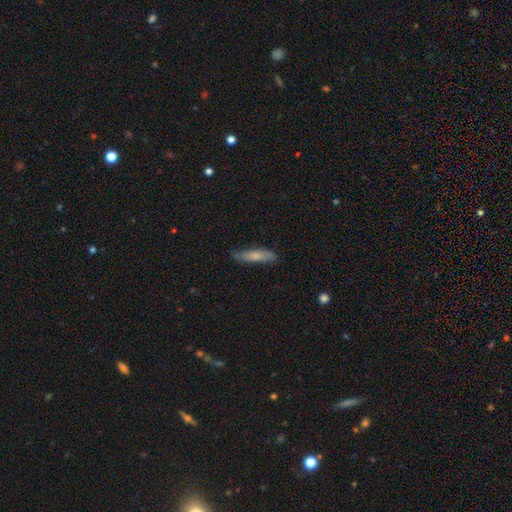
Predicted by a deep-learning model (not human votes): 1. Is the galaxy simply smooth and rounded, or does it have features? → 67% smooth, 27% featured or disk, 6% star or artifact.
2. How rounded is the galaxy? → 74% cigar-shaped, 24% in between, 2% round.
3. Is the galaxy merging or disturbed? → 78% none, 17% minor disturbance, 3% major disturbance, 1% merger.